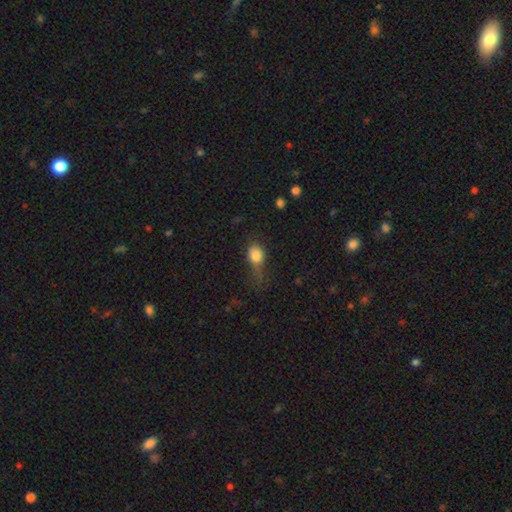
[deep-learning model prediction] Overall: smooth (81%). How rounded: in between (58%; round 39%). Merging: minor disturbance (34%; none 33%).